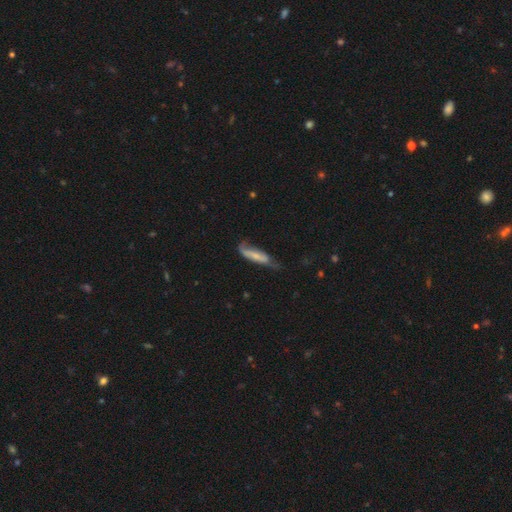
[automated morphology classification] smooth-or-featured: smooth: 55% | featured or disk: 39% | star or artifact: 6%
  how-rounded: cigar-shaped: 63% | in between: 36% | round: 2%
  merging: minor disturbance: 36% | none: 35% | major disturbance: 26% | merger: 3%